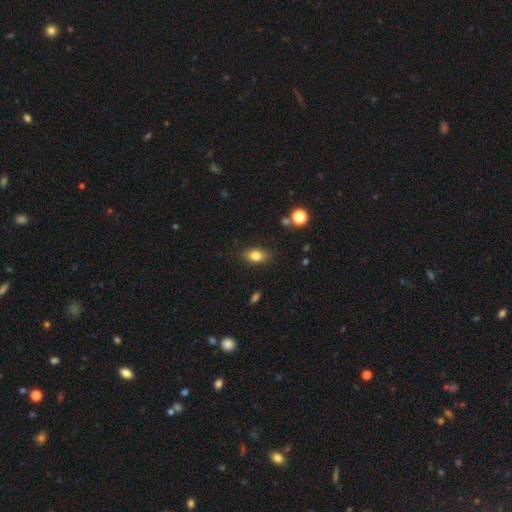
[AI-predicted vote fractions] A smooth galaxy with no disk features (80%) that is in between round and cigar-shaped (81%). Merging: none (85%).